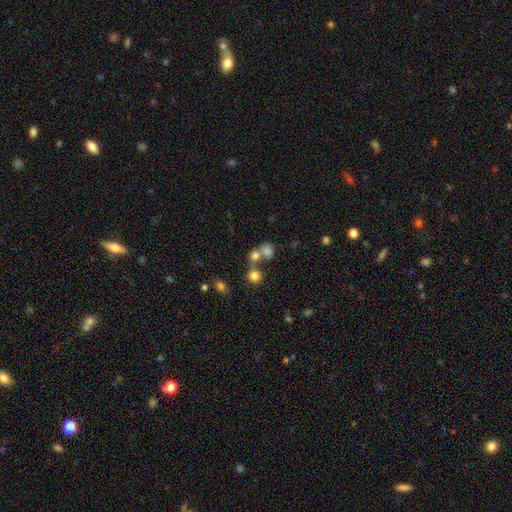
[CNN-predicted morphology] Q: Smooth or featured?
A: smooth (73%); runner-up: star or artifact (15%)
Q: How rounded?
A: round (73%); runner-up: in between (25%)
Q: Merging?
A: merger (43%); runner-up: none (42%)